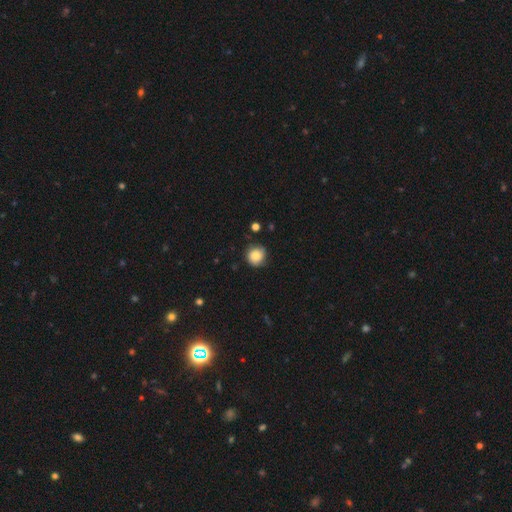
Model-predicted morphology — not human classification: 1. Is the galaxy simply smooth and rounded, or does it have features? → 79% smooth, 12% featured or disk, 9% star or artifact.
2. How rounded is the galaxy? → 88% round, 11% in between, 1% cigar-shaped.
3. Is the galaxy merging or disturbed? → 74% none, 20% minor disturbance, 4% major disturbance, 2% merger.